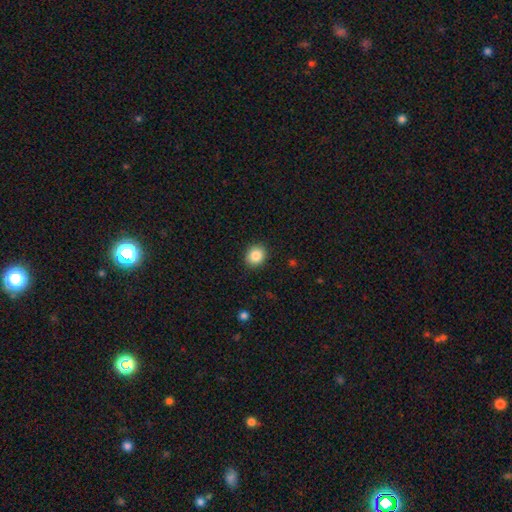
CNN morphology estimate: The model was most divided on "how rounded": round: 75%, in between: 24%, cigar-shaped: 1%. More confident: merging — none (90%); smooth or featured — smooth (86%).